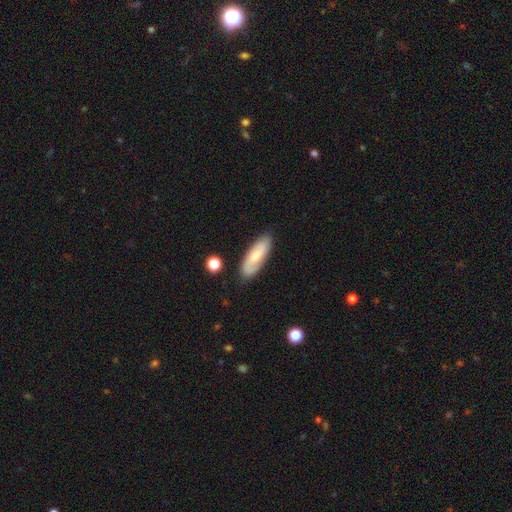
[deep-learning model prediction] Smooth or featured: smooth — 54% (featured or disk — 40%)
How rounded: in between — 66% (cigar-shaped — 32%)
Merging: none — 81% (minor disturbance — 14%)